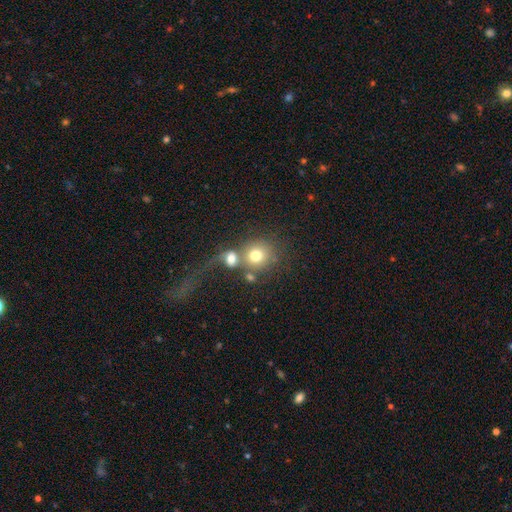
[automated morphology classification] A smooth galaxy with no disk features (72%) that is round (84%).

Vote fractions:
- Smooth or featured? smooth: 72% / featured or disk: 17% / star or artifact: 11%
- How rounded? round: 84% / in between: 15% / cigar-shaped: 1%
- Merging? merger: 46% / none: 35% / major disturbance: 12% / minor disturbance: 8%